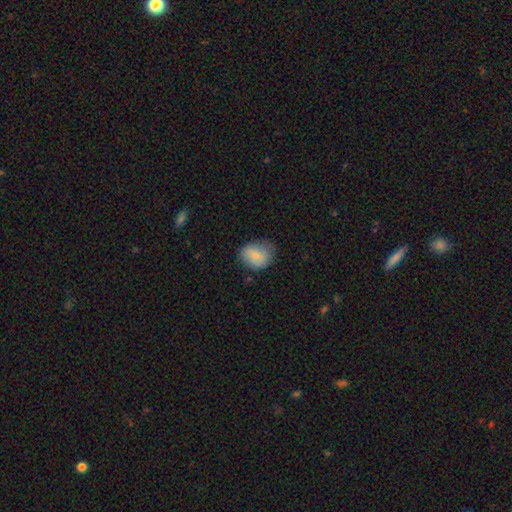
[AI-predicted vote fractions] The model was most divided on "how rounded": in between: 50%, round: 49%, cigar-shaped: 1%. More confident: smooth or featured — smooth (78%); merging — none (62%).